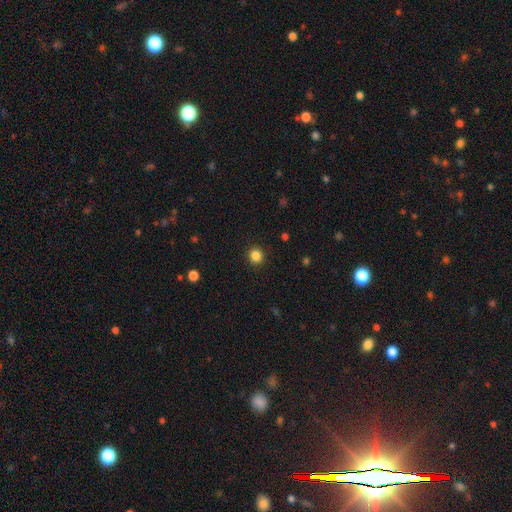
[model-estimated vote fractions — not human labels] This appears to be a smooth galaxy with no disk features (85%) that is round (89%). Merging: none (91%).